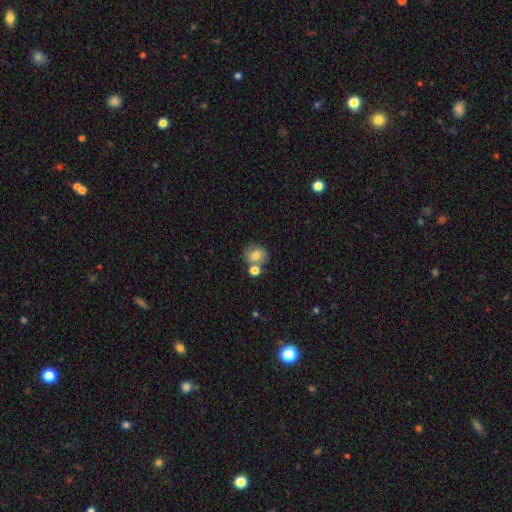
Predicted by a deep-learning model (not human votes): A smooth galaxy with no disk features (70%) that is round (72%).

Vote fractions:
- Smooth or featured? smooth: 70% / featured or disk: 20% / star or artifact: 11%
- How rounded? round: 72% / in between: 27% / cigar-shaped: 1%
- Merging? none: 56% / merger: 27% / minor disturbance: 13% / major disturbance: 4%